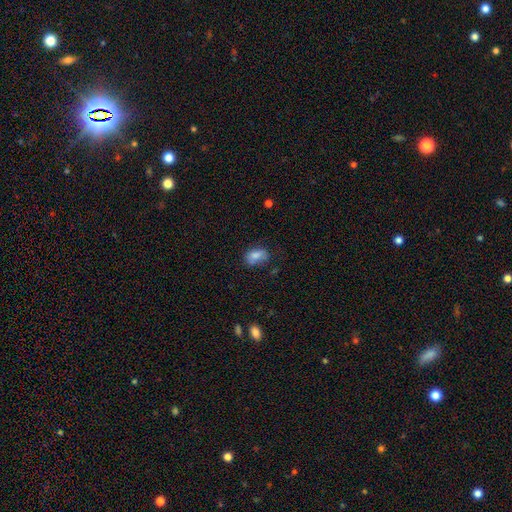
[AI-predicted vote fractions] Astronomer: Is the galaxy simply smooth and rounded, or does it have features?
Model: smooth — 78%.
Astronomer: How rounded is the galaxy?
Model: in between — 82%.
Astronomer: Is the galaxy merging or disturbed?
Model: none — 55%.